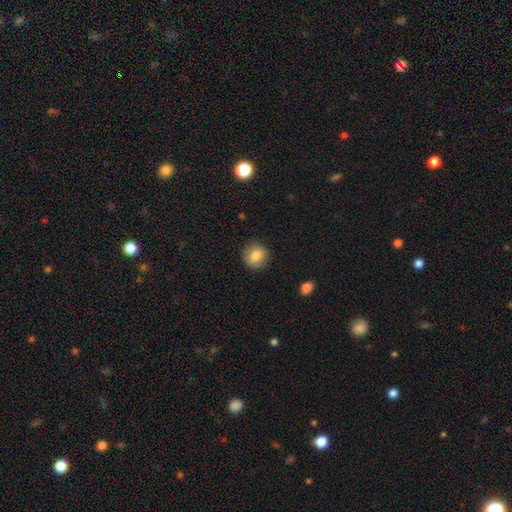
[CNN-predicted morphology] Overall: smooth (82%). How rounded: round (91%). Merging: none (90%).